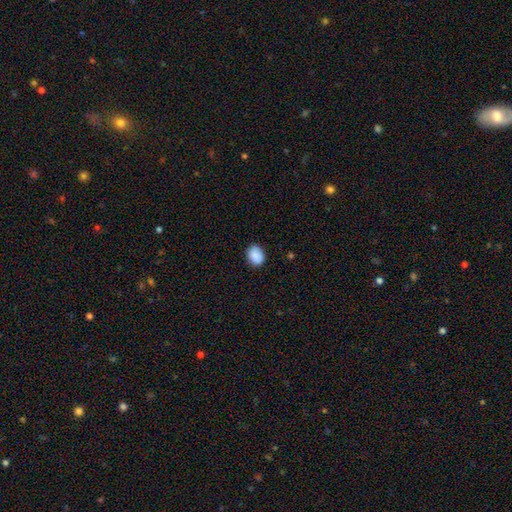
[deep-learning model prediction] The model was most divided on "how rounded": in between: 59%, round: 40%, cigar-shaped: 1%. More confident: smooth or featured — smooth (90%); merging — none (86%).